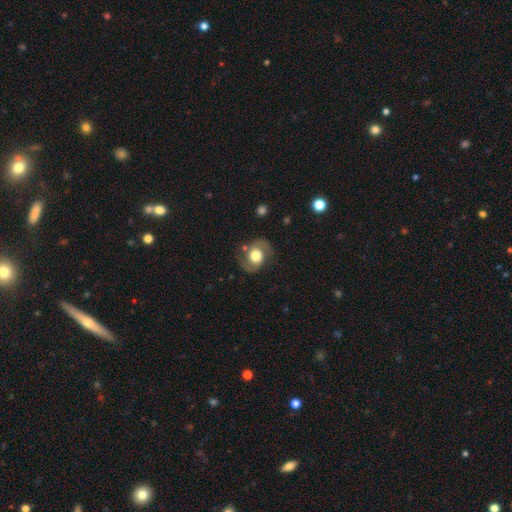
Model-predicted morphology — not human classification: Smooth or featured? featured or disk (73%)
Edge-on disk? no (97%)
Bar? no (67%)
Spiral arms? yes (88%)
Spiral winding? medium (53%)
Spiral arm count? 2 (92%)
Bulge size? large (48%)
Merging? none (74%)